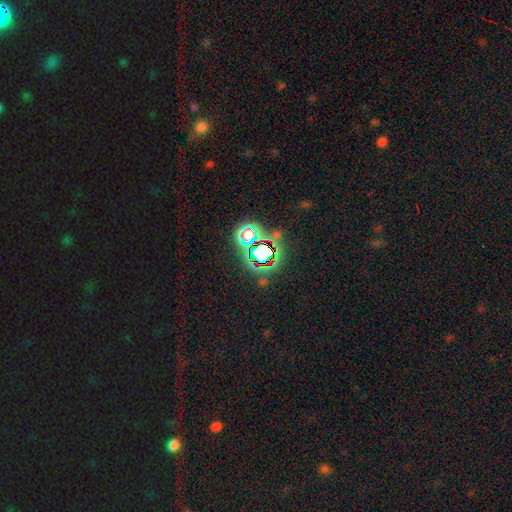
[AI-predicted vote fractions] smooth_or_featured: star or artifact (p=0.78) [alt: smooth p=0.14]